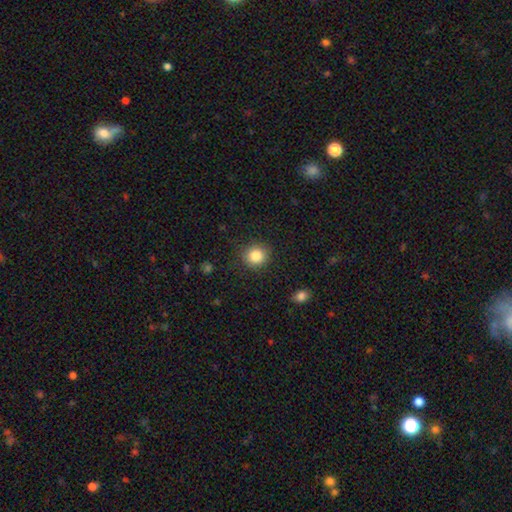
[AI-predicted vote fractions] A smooth galaxy with no disk features (84%) that is round (90%).

Vote fractions:
- Smooth or featured? smooth: 84% / star or artifact: 10% / featured or disk: 6%
- How rounded? round: 90% / in between: 9% / cigar-shaped: 1%
- Merging? none: 88% / minor disturbance: 8% / major disturbance: 3% / merger: 1%